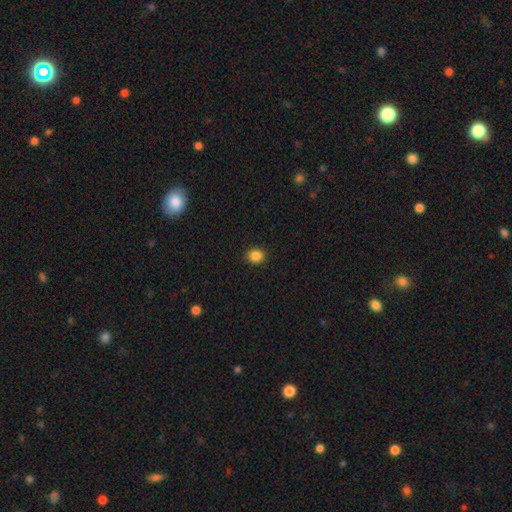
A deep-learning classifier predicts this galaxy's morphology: A smooth galaxy with no disk features (86%) that is round (72%).

Vote fractions:
- Smooth or featured? smooth: 86% / star or artifact: 11% / featured or disk: 3%
- How rounded? round: 72% / in between: 27% / cigar-shaped: 1%
- Merging? none: 90% / minor disturbance: 7% / major disturbance: 2% / merger: 1%